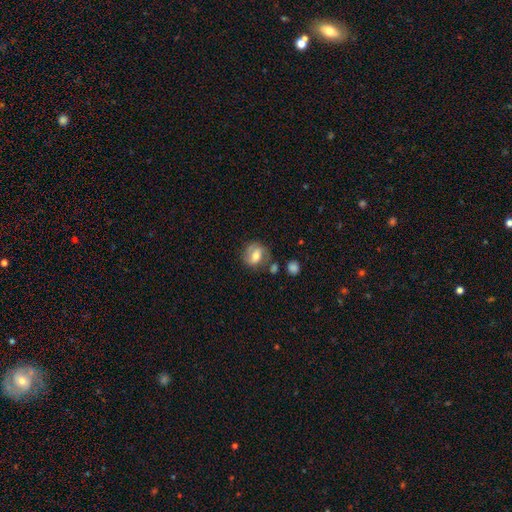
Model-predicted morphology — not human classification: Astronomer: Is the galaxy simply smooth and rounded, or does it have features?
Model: smooth — 51% (runner-up: featured or disk, 40%).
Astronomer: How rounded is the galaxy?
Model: round — 60% (runner-up: in between, 39%).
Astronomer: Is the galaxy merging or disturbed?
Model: none — 64%.